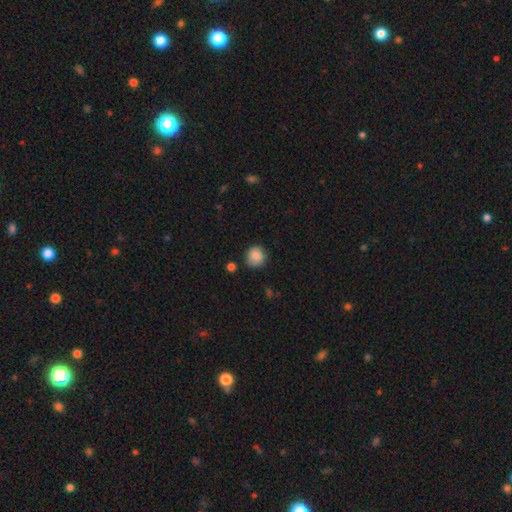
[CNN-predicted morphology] Q: Smooth or featured?
A: smooth (85%); runner-up: star or artifact (8%)
Q: How rounded?
A: round (84%); runner-up: in between (15%)
Q: Merging?
A: none (81%); runner-up: minor disturbance (14%)